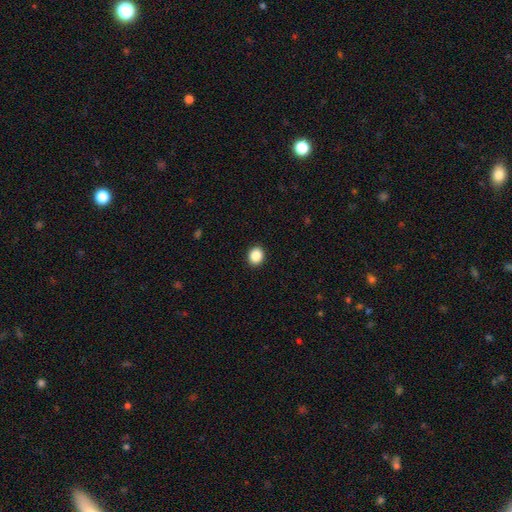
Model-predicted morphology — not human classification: smooth_or_featured: smooth (p=0.88) [alt: star or artifact p=0.09]
how_rounded: round (p=0.72) [alt: in between p=0.27]
merging: none (p=0.92) [alt: minor disturbance p=0.05]